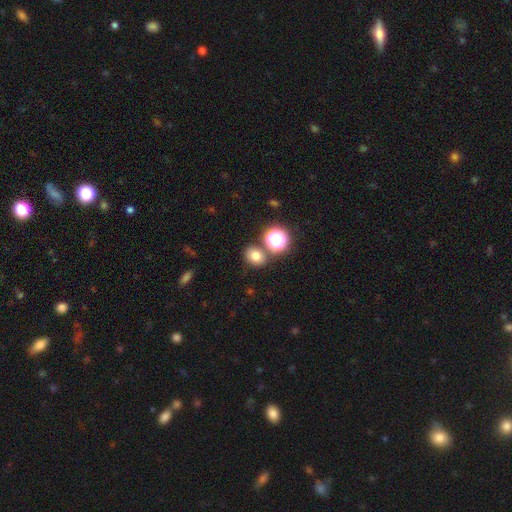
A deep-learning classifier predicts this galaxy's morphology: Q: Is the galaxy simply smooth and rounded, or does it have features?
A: smooth — 74%.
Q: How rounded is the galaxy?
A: round — 57%.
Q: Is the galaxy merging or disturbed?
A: none — 74%.